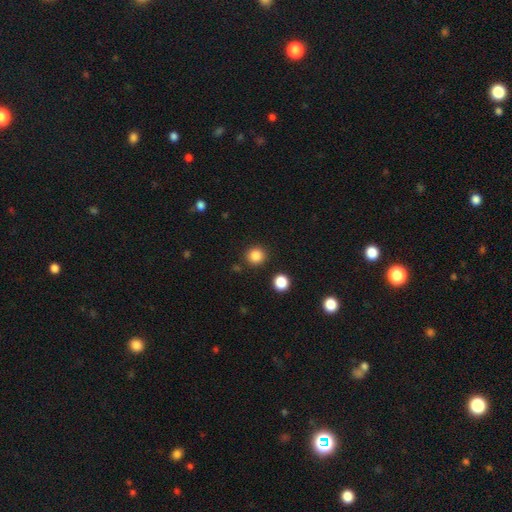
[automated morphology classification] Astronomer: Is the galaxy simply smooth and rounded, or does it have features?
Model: smooth — 85%.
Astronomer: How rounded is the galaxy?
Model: round — 92%.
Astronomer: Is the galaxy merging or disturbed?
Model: none — 89%.